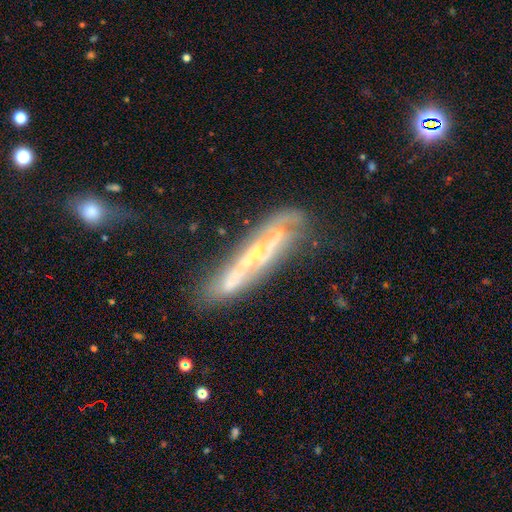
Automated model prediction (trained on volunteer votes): Smooth or featured? featured or disk (74%)
Edge-on disk? yes (58%)
Merging? none (58%)